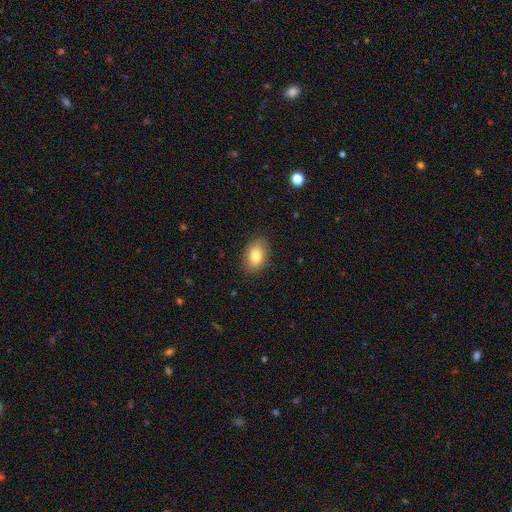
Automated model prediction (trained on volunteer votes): Smooth or featured? Predicted: smooth (p=0.81). How rounded? Predicted: in between (p=0.84). Merging? Predicted: none (p=0.87).